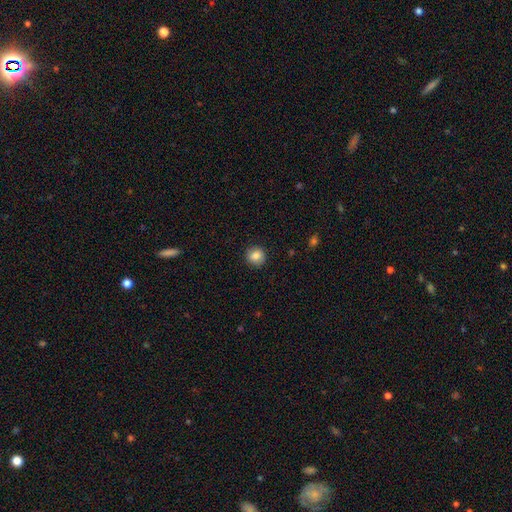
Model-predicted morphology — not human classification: Smooth or featured: smooth — 84% (star or artifact — 9%)
How rounded: round — 90% (in between — 9%)
Merging: none — 90% (minor disturbance — 7%)